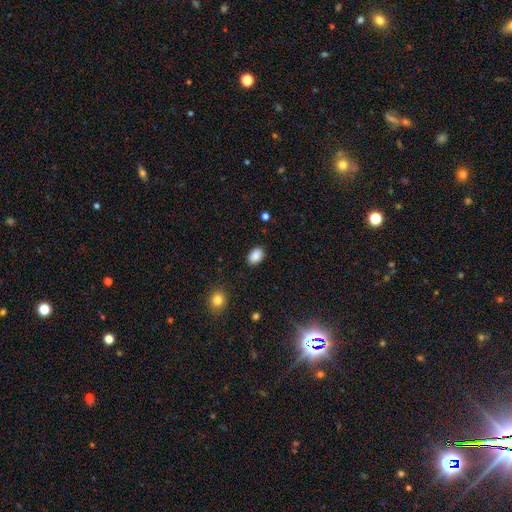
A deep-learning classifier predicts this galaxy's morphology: Overall: smooth (89%). How rounded: in between (82%). Merging: none (88%).